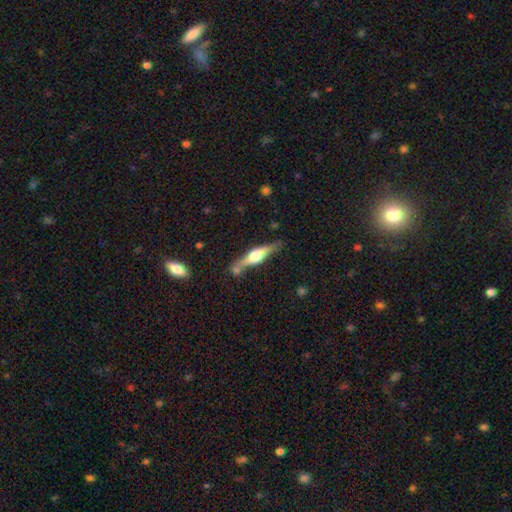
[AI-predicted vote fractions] Q: Smooth or featured?
A: featured or disk (68%); runner-up: smooth (27%)
Q: Edge-on disk?
A: yes (96%); runner-up: no (4%)
Q: Edge-on bulge?
A: rounded (91%); runner-up: boxy (7%)
Q: Merging?
A: none (73%); runner-up: minor disturbance (14%)